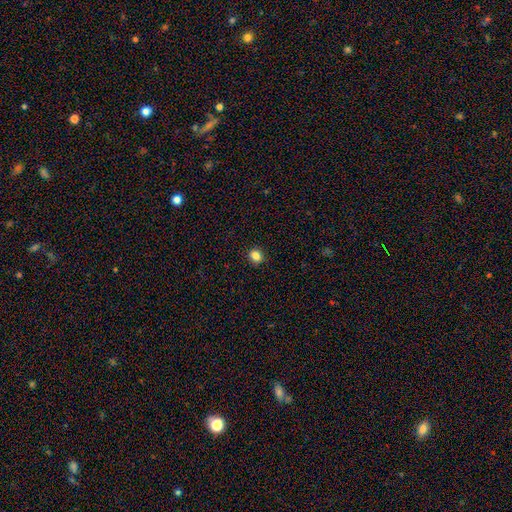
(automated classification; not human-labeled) Smooth or featured? Predicted: smooth (p=0.84). How rounded? Predicted: round (p=0.67). Merging? Predicted: none (p=0.90).